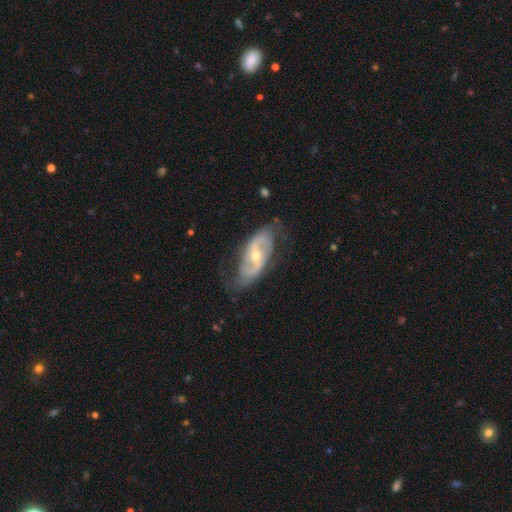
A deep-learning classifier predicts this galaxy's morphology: Smooth or featured: featured or disk — 84% (smooth — 10%)
Edge-on disk: no — 93% (yes — 7%)
Bar: no — 42% (weak — 38%)
Spiral arms: yes — 90% (no — 10%)
Spiral winding: medium — 44% (loose — 32%)
Spiral arm count: 2 — 85% (can't tell — 9%)
Bulge size: moderate — 52% (small — 44%)
Merging: none — 72% (minor disturbance — 20%)